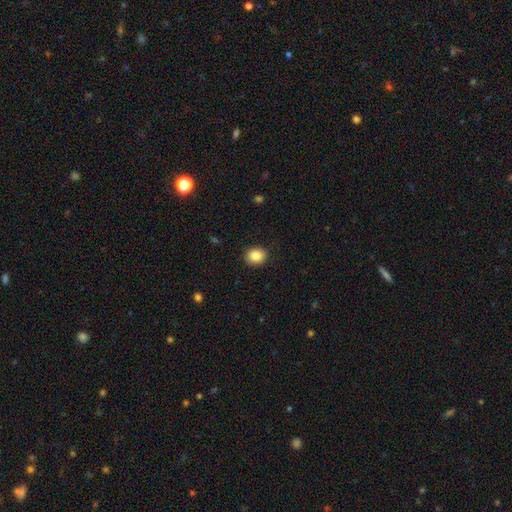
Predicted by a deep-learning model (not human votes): Smooth or featured? smooth (85%)
How rounded? round (67%)
Merging? none (89%)